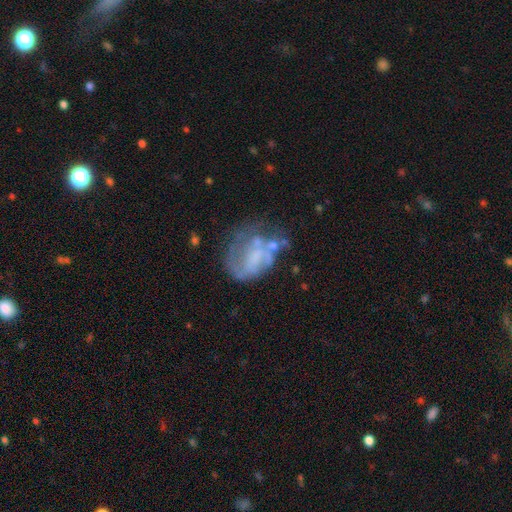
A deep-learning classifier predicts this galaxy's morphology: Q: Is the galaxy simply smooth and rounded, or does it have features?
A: featured or disk — 61%.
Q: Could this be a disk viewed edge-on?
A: no — 98%.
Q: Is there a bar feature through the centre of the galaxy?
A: no — 71%.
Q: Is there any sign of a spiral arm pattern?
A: no — 57%.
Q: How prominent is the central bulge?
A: none — 58%.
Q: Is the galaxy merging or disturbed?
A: none — 36%.